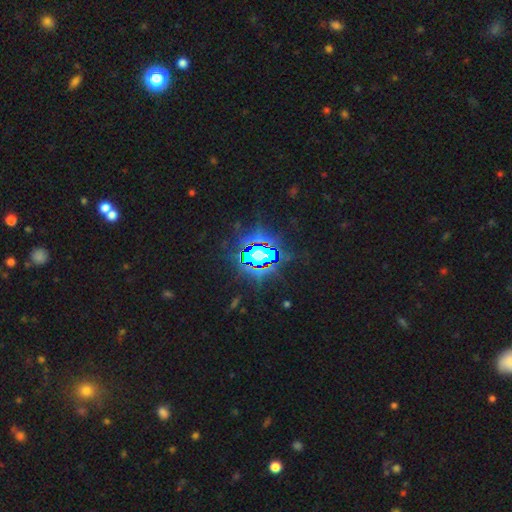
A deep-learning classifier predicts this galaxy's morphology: Smooth or featured? star or artifact (82%)